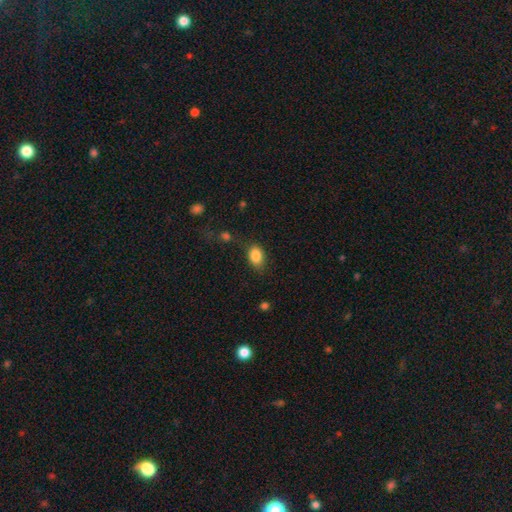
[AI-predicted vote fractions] A smooth galaxy with no disk features (86%) that is in between round and cigar-shaped (76%).

Vote fractions:
- Smooth or featured? smooth: 86% / star or artifact: 9% / featured or disk: 6%
- How rounded? in between: 76% / round: 22% / cigar-shaped: 1%
- Merging? none: 74% / minor disturbance: 17% / major disturbance: 6% / merger: 3%